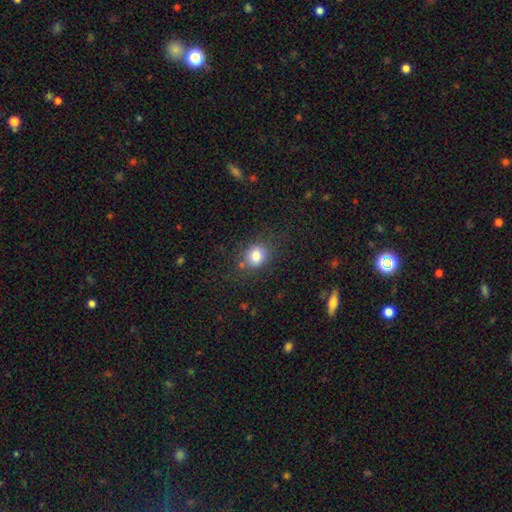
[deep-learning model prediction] This appears to be a smooth galaxy with no disk features (80%) that is round (68%). Merging: none (76%).